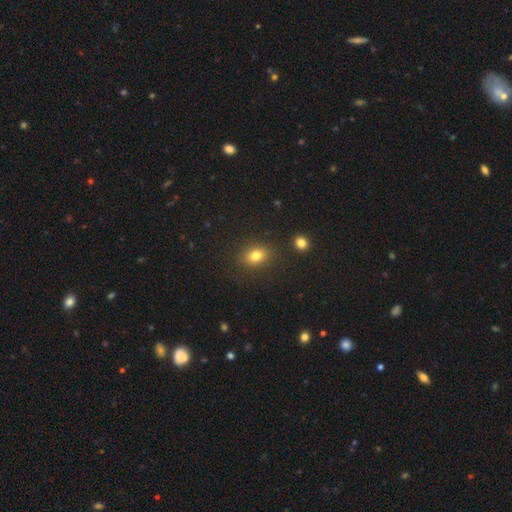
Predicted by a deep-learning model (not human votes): Smooth or featured? Predicted: smooth (p=0.80). How rounded? Predicted: in between (p=0.69). Merging? Predicted: none (p=0.84).